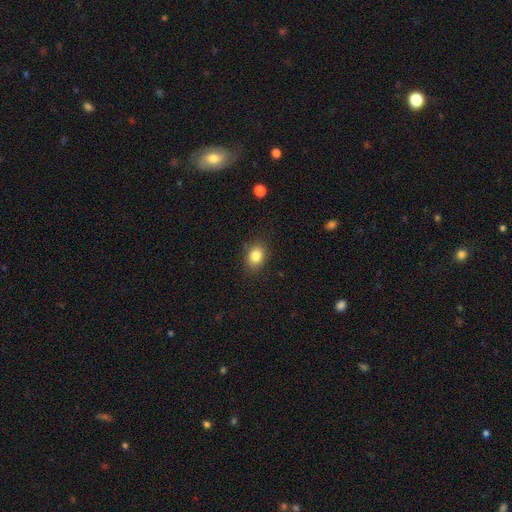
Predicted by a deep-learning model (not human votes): A smooth galaxy with no disk features (83%) that is in between round and cigar-shaped (62%).

Vote fractions:
- Smooth or featured? smooth: 83% / star or artifact: 10% / featured or disk: 7%
- How rounded? in between: 62% / round: 37% / cigar-shaped: 1%
- Merging? none: 83% / minor disturbance: 12% / major disturbance: 3% / merger: 2%